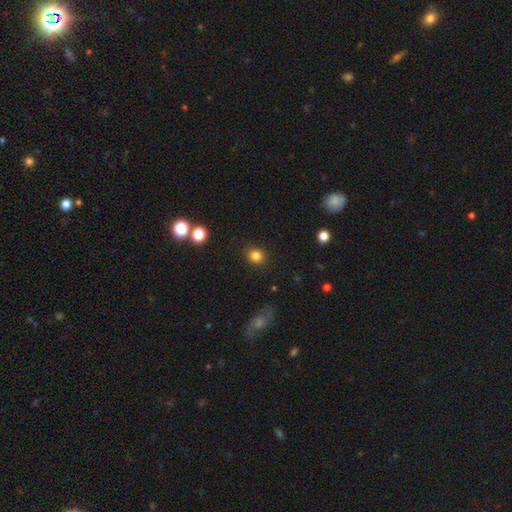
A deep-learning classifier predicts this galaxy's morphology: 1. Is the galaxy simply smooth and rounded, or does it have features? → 83% smooth, 12% star or artifact, 5% featured or disk.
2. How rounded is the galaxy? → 85% round, 14% in between, 1% cigar-shaped.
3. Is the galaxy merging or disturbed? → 90% none, 7% minor disturbance, 2% major disturbance, 1% merger.